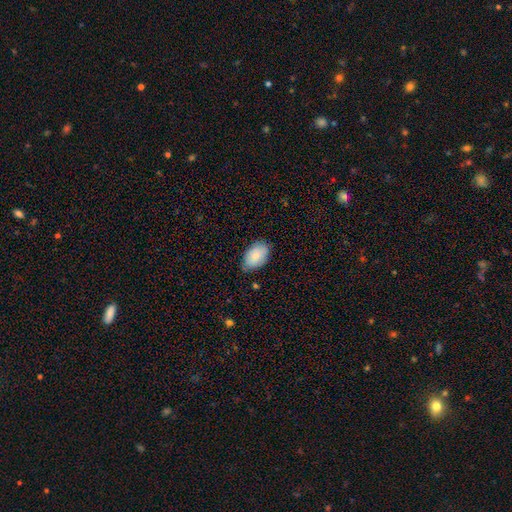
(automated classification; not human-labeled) Overall: smooth (81%). How rounded: in between (92%). Merging: none (76%).